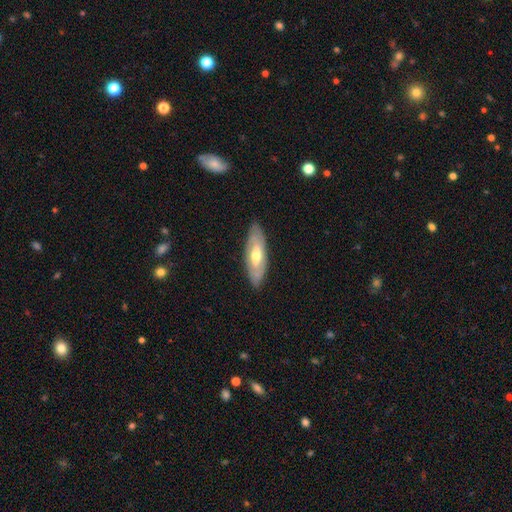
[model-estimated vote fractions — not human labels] This appears to be a featured or disk galaxy (57%). Merging: none (82%).